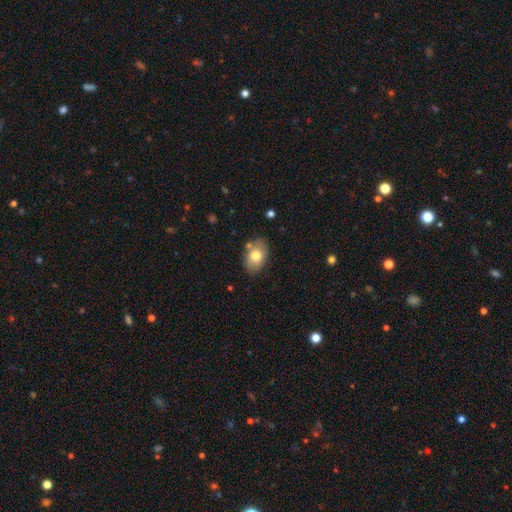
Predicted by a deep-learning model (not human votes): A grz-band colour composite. It shows a smooth galaxy with no disk features (76%) that is in between round and cigar-shaped (85%). Merging: none (78%).